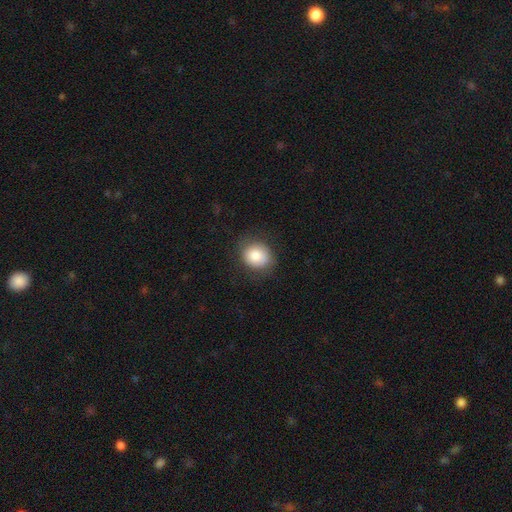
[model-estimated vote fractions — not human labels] A smooth galaxy with no disk features (82%) that is round (72%).

Vote fractions:
- Smooth or featured? smooth: 82% / featured or disk: 9% / star or artifact: 8%
- How rounded? round: 72% / in between: 27% / cigar-shaped: 1%
- Merging? none: 79% / minor disturbance: 15% / major disturbance: 5% / merger: 1%